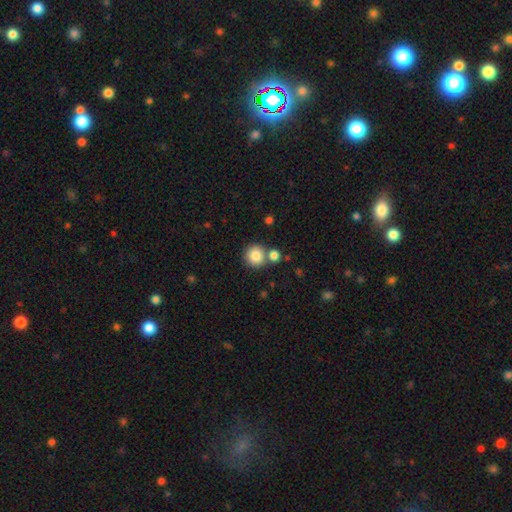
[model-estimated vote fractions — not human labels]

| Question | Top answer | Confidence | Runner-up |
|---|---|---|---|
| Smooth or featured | smooth | 83% | star or artifact (10%) |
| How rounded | round | 92% | in between (7%) |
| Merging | none | 67% | merger (23%) |